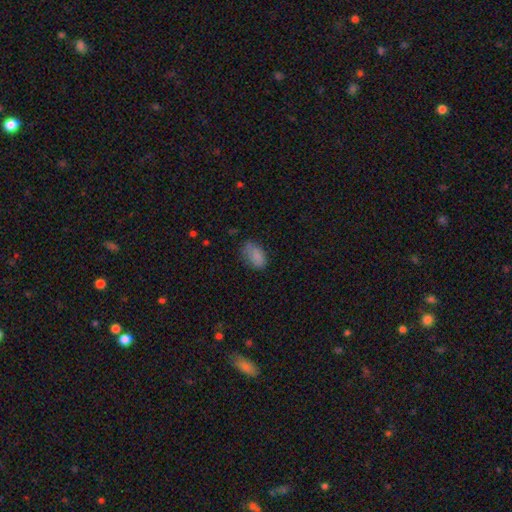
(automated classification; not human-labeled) This is clearly a smooth galaxy (83%). How rounded: clearly in between (90%). Merging: likely none (63%).